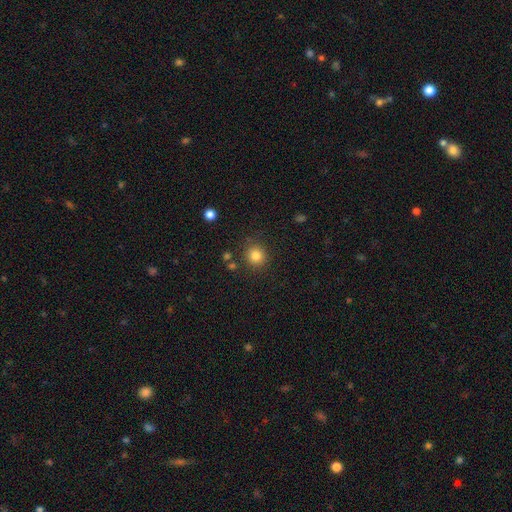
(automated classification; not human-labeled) This appears to be a smooth galaxy with no disk features (83%) that is round (91%). Merging: none (86%).